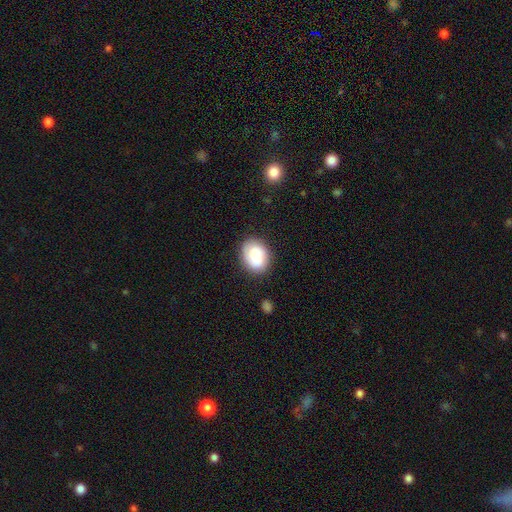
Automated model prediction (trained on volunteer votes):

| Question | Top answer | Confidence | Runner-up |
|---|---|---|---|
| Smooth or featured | smooth | 85% | featured or disk (8%) |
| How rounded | in between | 66% | round (33%) |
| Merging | none | 83% | minor disturbance (12%) |